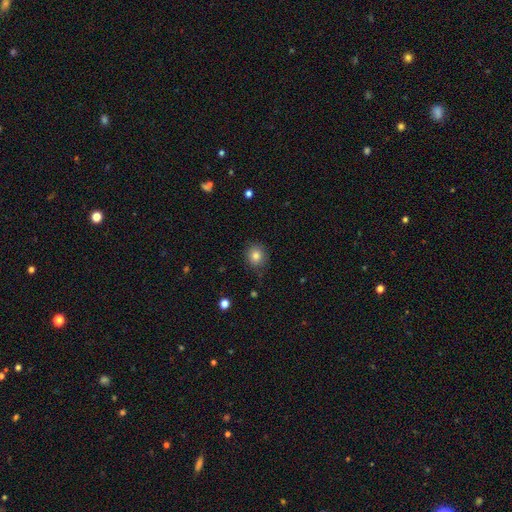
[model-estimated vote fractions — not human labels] Morphology: type=smooth (82%); roundness=round (84%); merging=none (83%).